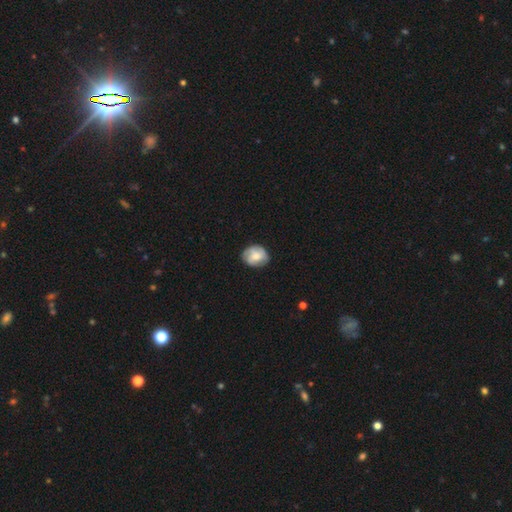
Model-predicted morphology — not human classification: This is possibly a smooth galaxy (57%). How rounded: likely round (62%). Merging: likely none (74%).